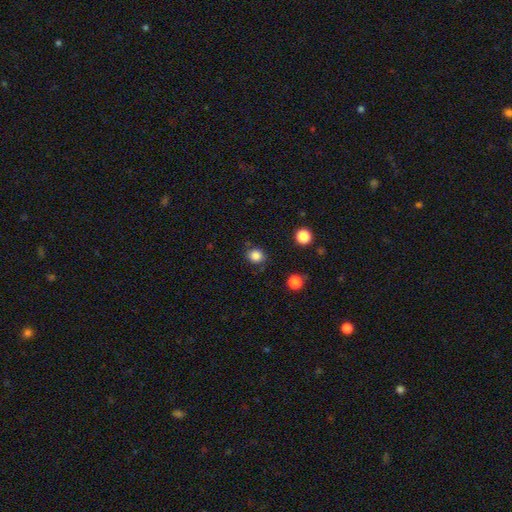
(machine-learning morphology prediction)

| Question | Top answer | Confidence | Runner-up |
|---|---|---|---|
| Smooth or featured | smooth | 84% | star or artifact (12%) |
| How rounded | round | 82% | in between (17%) |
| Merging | none | 82% | minor disturbance (12%) |